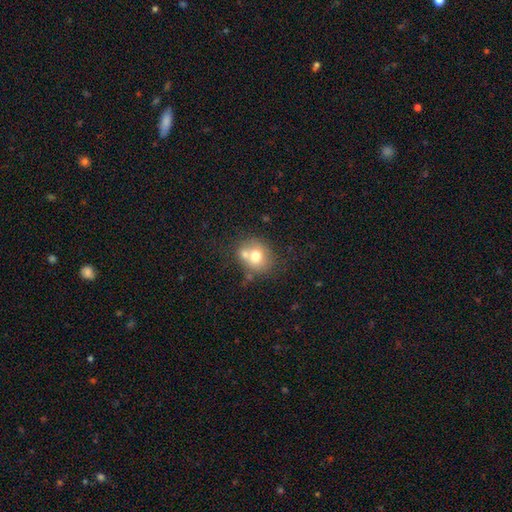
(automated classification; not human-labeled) Morphology: type=smooth (68%); roundness=round (69%); merging=none (45%).